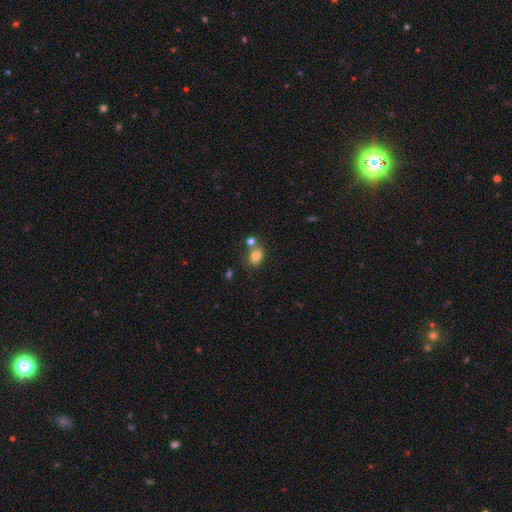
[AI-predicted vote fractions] A smooth galaxy with no disk features (80%) that is in between round and cigar-shaped (50%). Merging: none (58%).